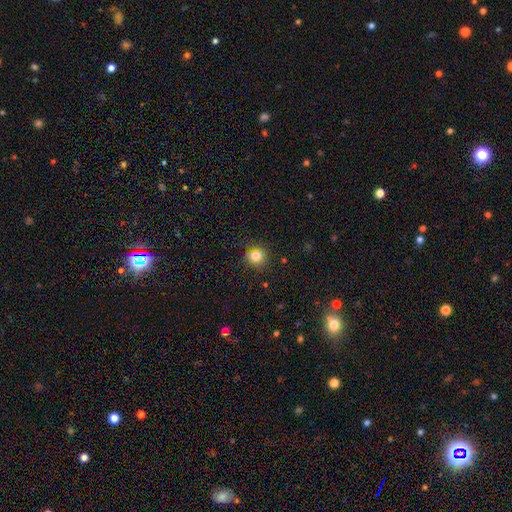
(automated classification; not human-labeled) Smooth or featured? smooth (80%)
How rounded? round (88%)
Merging? none (83%)